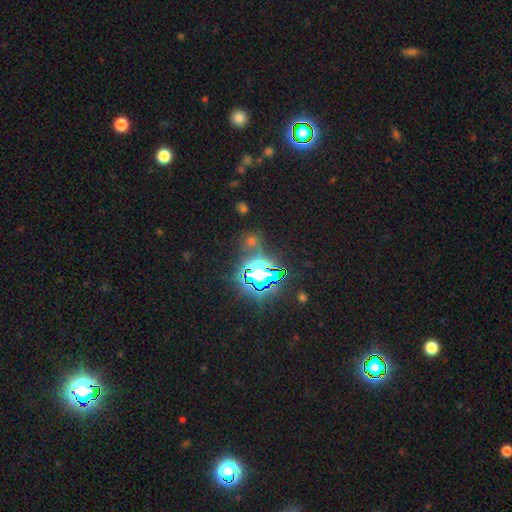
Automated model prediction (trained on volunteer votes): star or artifact 81%, smooth 11%, featured or disk 7%.